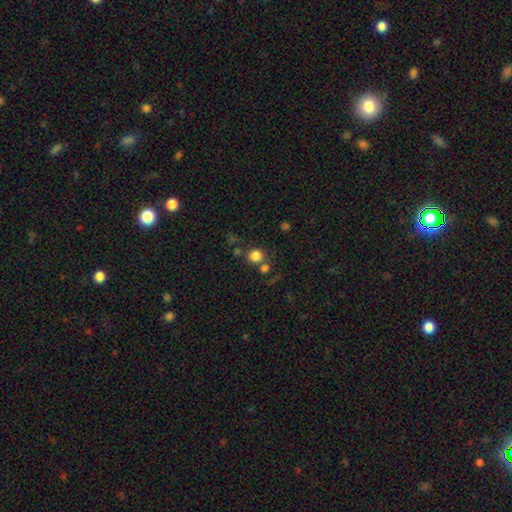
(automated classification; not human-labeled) Smooth or featured: smooth — 80% (star or artifact — 13%)
How rounded: round — 89% (in between — 10%)
Merging: none — 65% (merger — 21%)